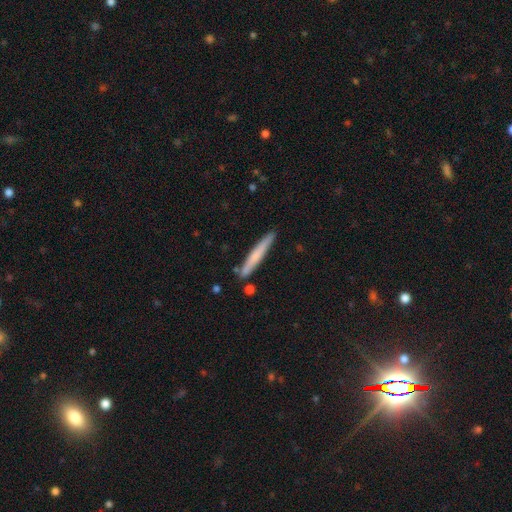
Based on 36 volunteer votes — Overall: smooth (58%; featured or disk 39%). How rounded: cigar-shaped (95%). Merging: none (91%).